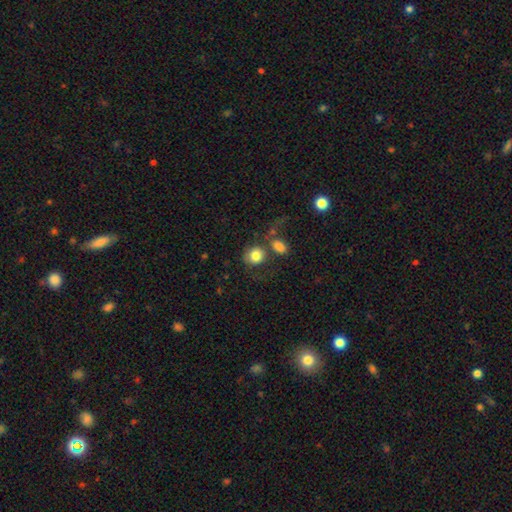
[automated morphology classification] A smooth galaxy with no disk features (81%) that is round (73%).

Vote fractions:
- Smooth or featured? smooth: 81% / featured or disk: 10% / star or artifact: 9%
- How rounded? round: 73% / in between: 26% / cigar-shaped: 1%
- Merging? none: 46% / merger: 28% / minor disturbance: 14% / major disturbance: 12%